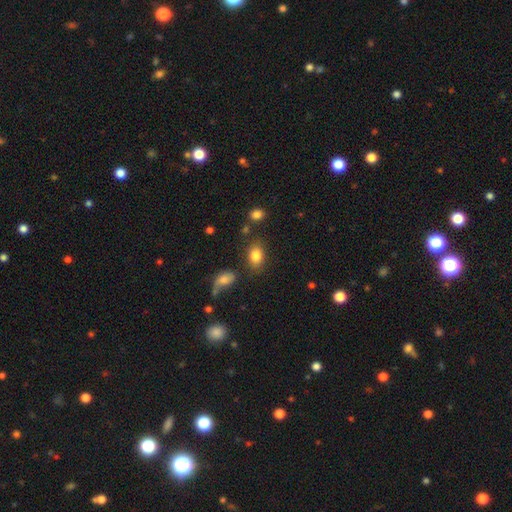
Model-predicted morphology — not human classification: This is clearly a smooth galaxy (83%). How rounded: clearly in between (80%). Merging: likely none (76%).